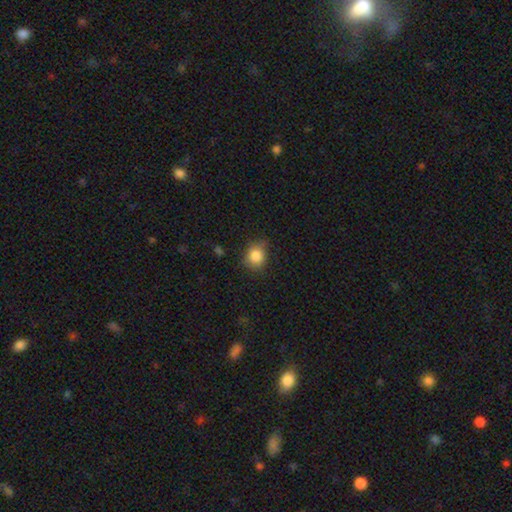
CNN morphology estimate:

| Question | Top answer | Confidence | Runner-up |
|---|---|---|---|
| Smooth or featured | smooth | 85% | star or artifact (10%) |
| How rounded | round | 74% | in between (25%) |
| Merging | none | 71% | minor disturbance (23%) |